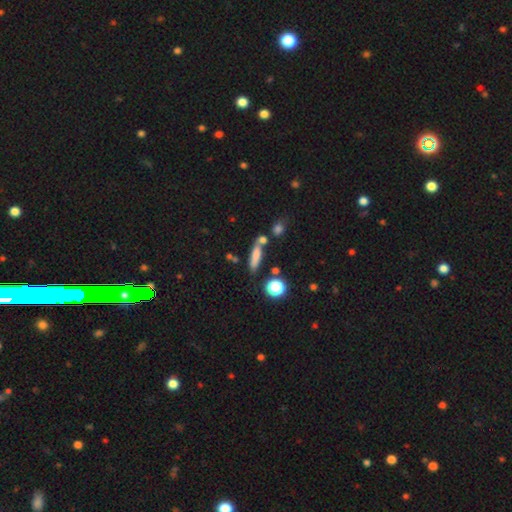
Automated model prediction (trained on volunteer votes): Morphology: type=smooth (72%); roundness=cigar-shaped (70%); merging=none (65%).